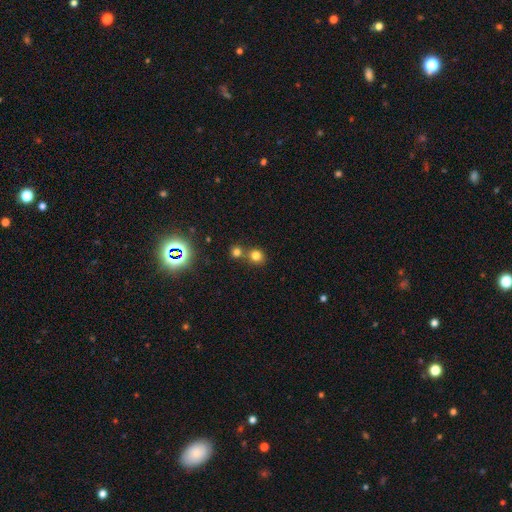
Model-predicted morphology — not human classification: A smooth galaxy with no disk features (76%) that is round (85%).

Vote fractions:
- Smooth or featured? smooth: 76% / star or artifact: 17% / featured or disk: 7%
- How rounded? round: 85% / in between: 14% / cigar-shaped: 1%
- Merging? none: 58% / merger: 32% / minor disturbance: 7% / major disturbance: 3%